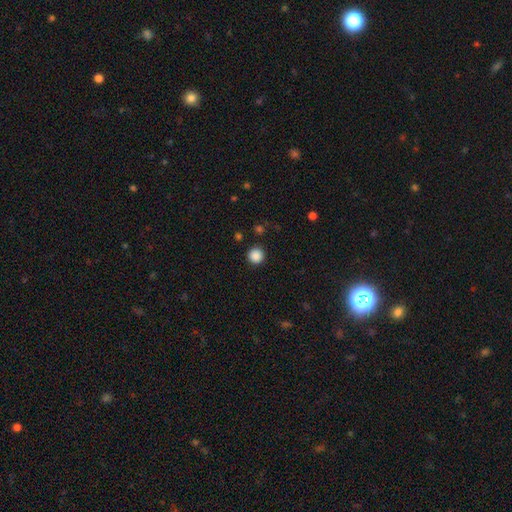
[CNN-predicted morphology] Overall: smooth (87%). How rounded: round (96%). Merging: none (91%).